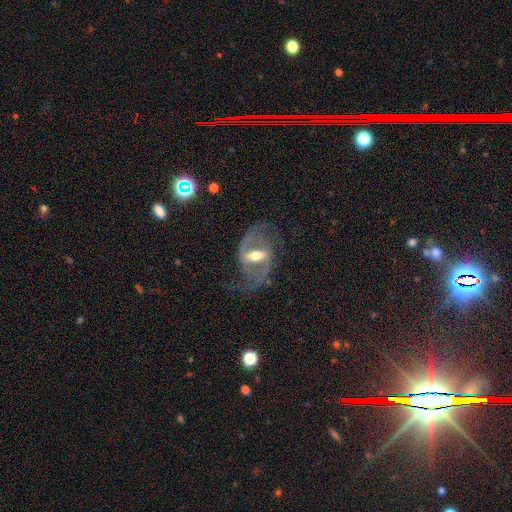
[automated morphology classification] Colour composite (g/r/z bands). It shows a featured or disk galaxy (89%) with a strong bar (57%), 2 (92%) medium (47%) spiral arms (93%) and a moderate central bulge (69%). Merging: none (68%).